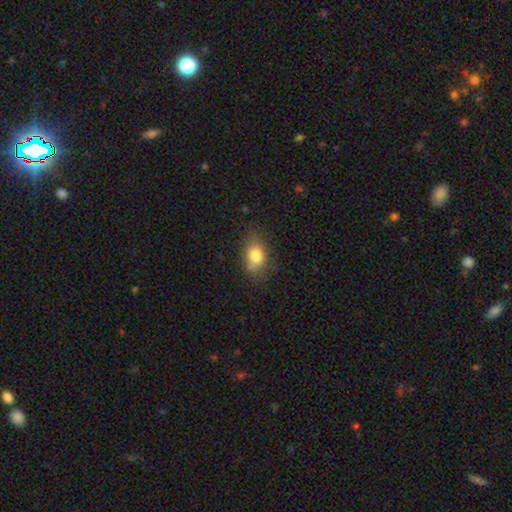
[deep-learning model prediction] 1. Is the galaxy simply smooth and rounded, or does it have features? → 79% smooth, 11% featured or disk, 10% star or artifact.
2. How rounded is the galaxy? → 75% in between, 23% round, 2% cigar-shaped.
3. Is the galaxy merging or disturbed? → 66% none, 24% minor disturbance, 7% major disturbance, 3% merger.